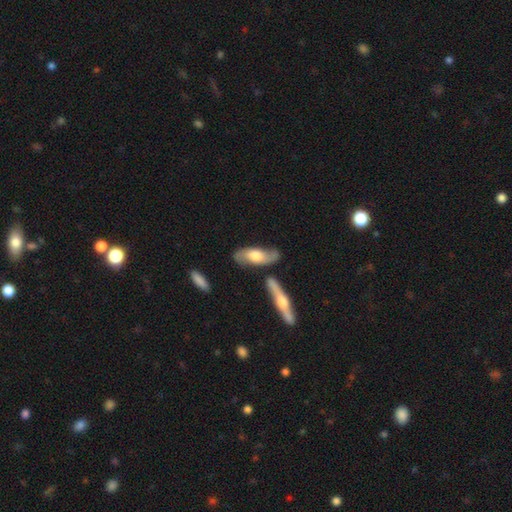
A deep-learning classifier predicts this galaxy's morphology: A featured or disk galaxy (57%).

Vote fractions:
- Smooth or featured? featured or disk: 57% / smooth: 38% / star or artifact: 5%
- Edge-on disk? no: 68% / yes: 32%
- Merging? none: 67% / minor disturbance: 18% / merger: 10% / major disturbance: 5%